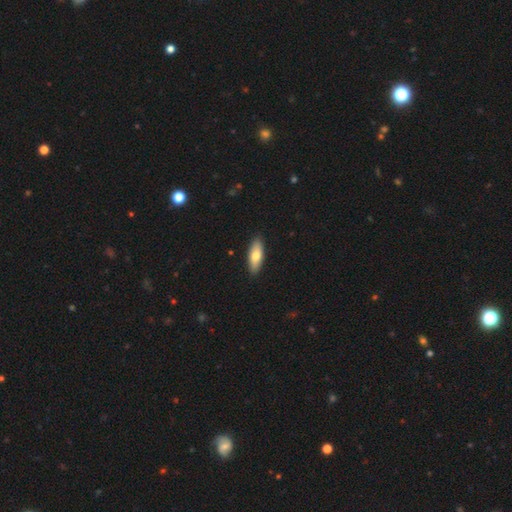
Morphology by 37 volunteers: A smooth galaxy with no disk features (76%) that is in between round and cigar-shaped (64%).

Vote fractions:
- Smooth or featured? smooth: 76% / featured or disk: 24% / star or artifact: 0%
- How rounded? in between: 64% / cigar-shaped: 36% / round: 0%
- Merging? none: 84% / minor disturbance: 16% / major disturbance: 0% / merger: 0%